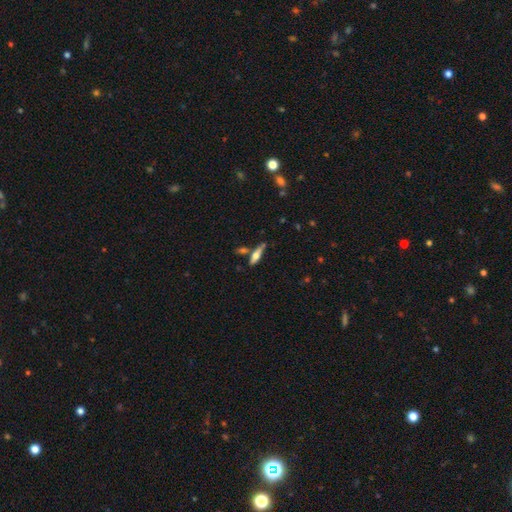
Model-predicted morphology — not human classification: A featured or disk galaxy (49%).

Vote fractions:
- Smooth or featured? featured or disk: 49% / smooth: 43% / star or artifact: 7%
- Merging? none: 61% / merger: 17% / minor disturbance: 16% / major disturbance: 6%